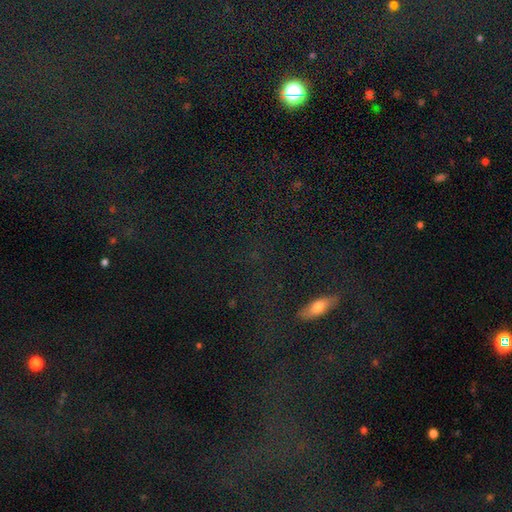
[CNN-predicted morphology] Smooth or featured?
  - star or artifact: 55% *
  - smooth: 25%
  - featured or disk: 20%